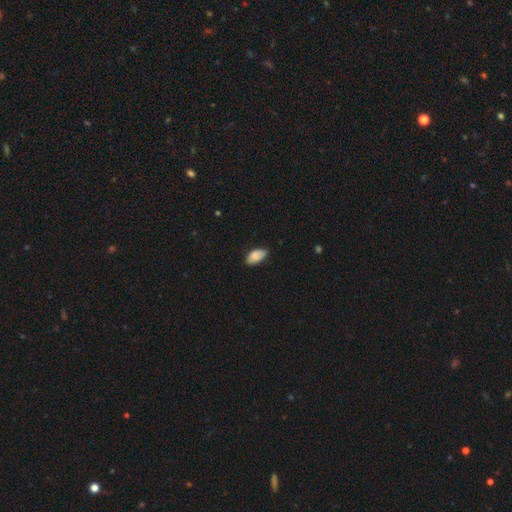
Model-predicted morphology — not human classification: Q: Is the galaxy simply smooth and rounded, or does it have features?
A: smooth — 86%.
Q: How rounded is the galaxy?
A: in between — 94%.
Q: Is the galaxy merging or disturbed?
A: none — 75%.